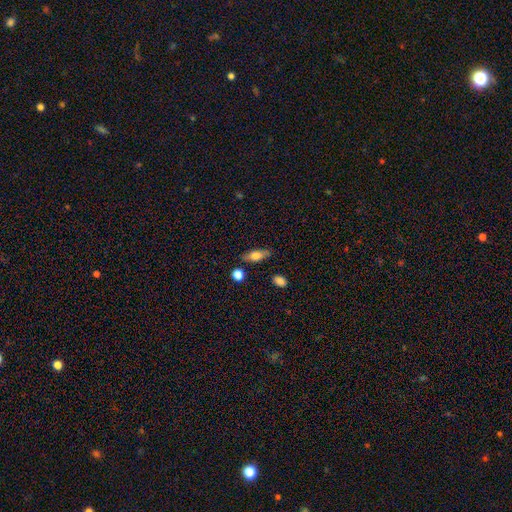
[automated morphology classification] Smooth or featured?
  - smooth: 69% *
  - featured or disk: 24%
  - star or artifact: 8%
How rounded?
  - in between: 70% *
  - cigar-shaped: 25%
  - round: 4%
Merging?
  - none: 80% *
  - minor disturbance: 13%
  - merger: 4%
  - major disturbance: 3%